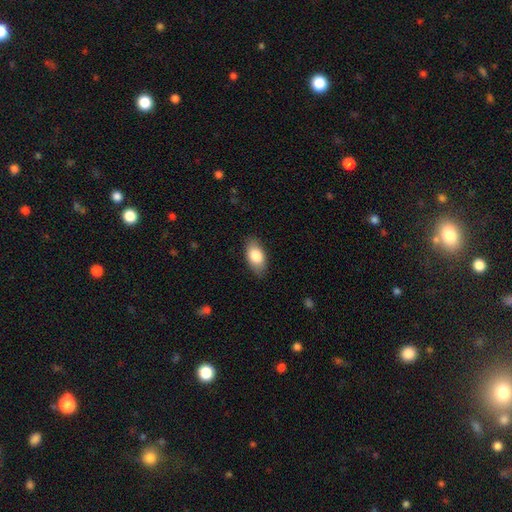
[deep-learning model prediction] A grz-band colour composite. It shows a smooth galaxy with no disk features (83%) that is in between round and cigar-shaped (92%). Merging: none (84%).